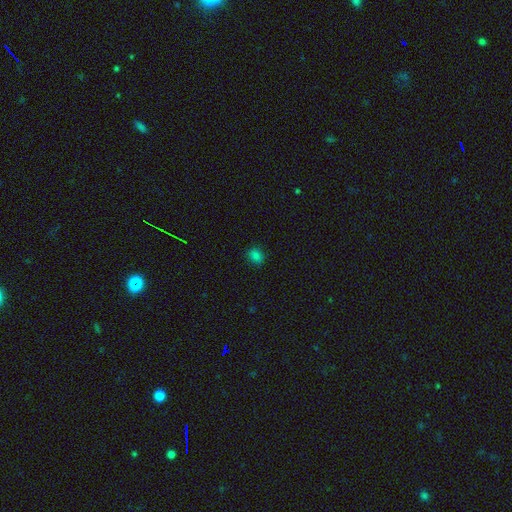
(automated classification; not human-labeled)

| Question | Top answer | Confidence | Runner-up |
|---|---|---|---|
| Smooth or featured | smooth | 80% | star or artifact (15%) |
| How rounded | round | 57% | in between (42%) |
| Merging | none | 87% | minor disturbance (9%) |